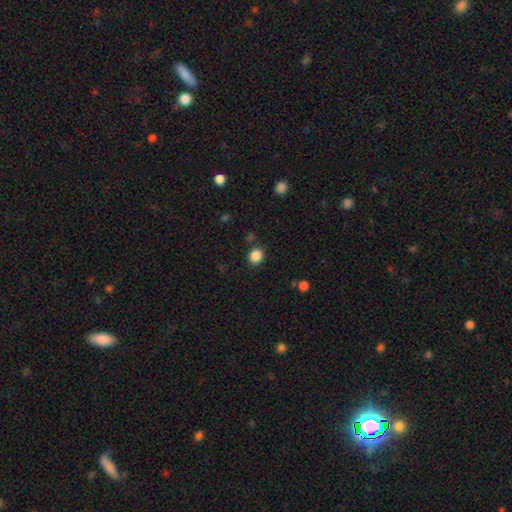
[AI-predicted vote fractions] The model was most divided on "how rounded": round: 84%, in between: 16%, cigar-shaped: 1%. More confident: smooth or featured — smooth (85%); merging — none (85%).